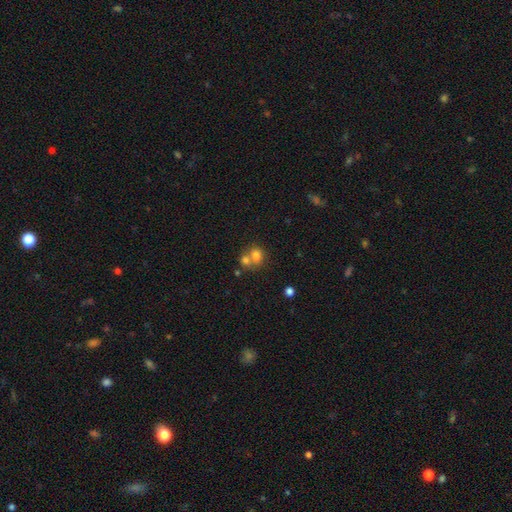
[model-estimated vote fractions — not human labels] Smooth or featured?
  - smooth: 74% *
  - featured or disk: 14%
  - star or artifact: 12%
How rounded?
  - round: 66% *
  - in between: 33%
  - cigar-shaped: 1%
Merging?
  - merger: 56% *
  - none: 34%
  - minor disturbance: 7%
  - major disturbance: 4%